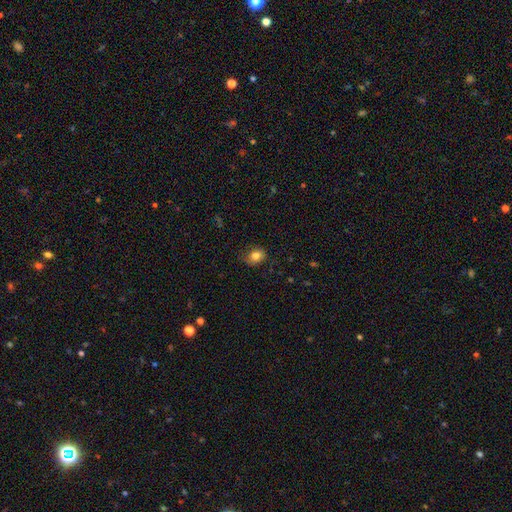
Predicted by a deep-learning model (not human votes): Smooth or featured? smooth (82%)
How rounded? in between (54%)
Merging? none (73%)